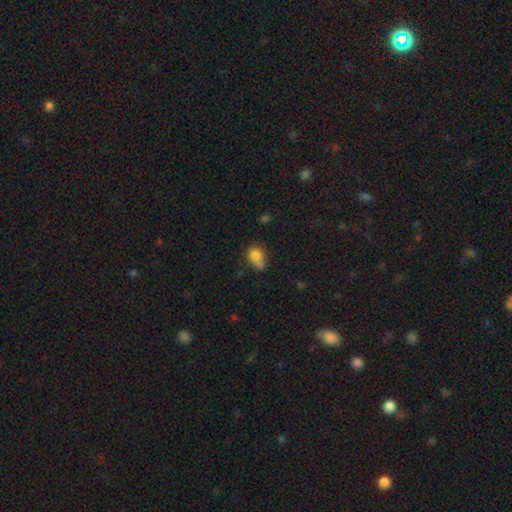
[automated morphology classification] Q: Smooth or featured?
A: smooth (79%); runner-up: featured or disk (11%)
Q: How rounded?
A: round (49%); tied with: in between (49%)
Q: Merging?
A: none (36%); runner-up: merger (26%)